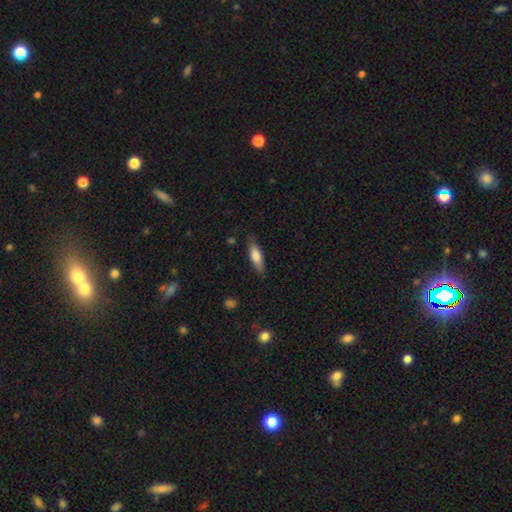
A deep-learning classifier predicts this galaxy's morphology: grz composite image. It shows a smooth galaxy with no disk features (72%) that is cigar-shaped (56%). Merging: none (83%).